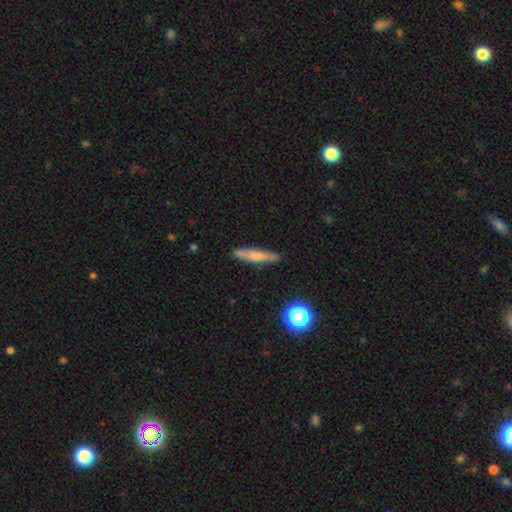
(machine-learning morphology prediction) This is possibly a smooth galaxy (58%). How rounded: clearly cigar-shaped (88%). Merging: clearly none (88%).